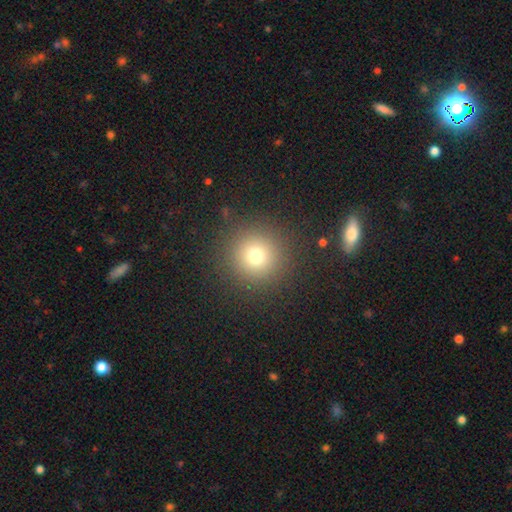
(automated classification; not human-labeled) Smooth or featured? Predicted: smooth (p=0.74). How rounded? Predicted: round (p=0.95). Merging? Predicted: none (p=0.89).